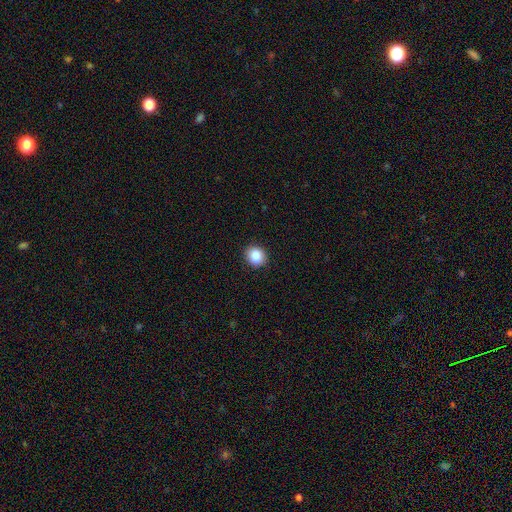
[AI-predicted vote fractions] Smooth or featured: smooth — 87% (star or artifact — 9%)
How rounded: round — 79% (in between — 20%)
Merging: none — 91% (minor disturbance — 6%)